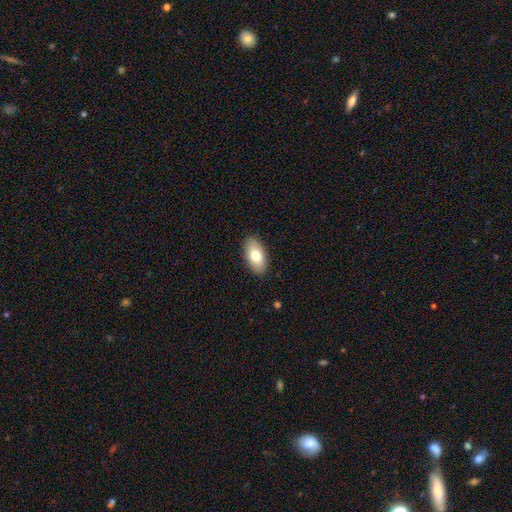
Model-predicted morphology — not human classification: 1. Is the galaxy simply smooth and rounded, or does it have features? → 76% smooth, 18% featured or disk, 7% star or artifact.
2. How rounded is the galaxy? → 93% in between, 4% round, 3% cigar-shaped.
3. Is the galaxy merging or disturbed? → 89% none, 8% minor disturbance, 2% major disturbance, 1% merger.